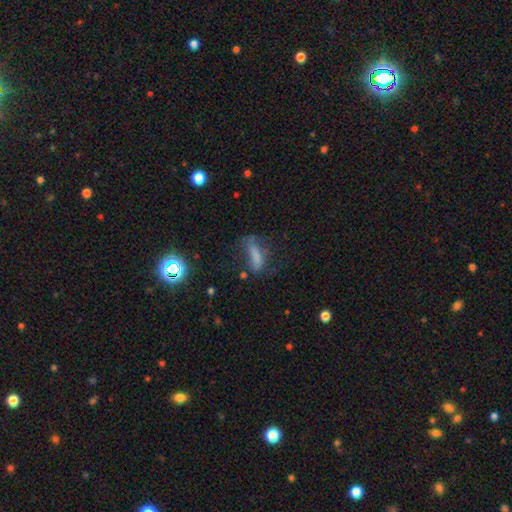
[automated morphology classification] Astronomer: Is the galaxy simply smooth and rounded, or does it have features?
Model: smooth — 58%.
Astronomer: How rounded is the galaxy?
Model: cigar-shaped — 50% (runner-up: in between, 46%).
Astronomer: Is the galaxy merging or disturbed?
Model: none — 39% (runner-up: major disturbance, 30%).